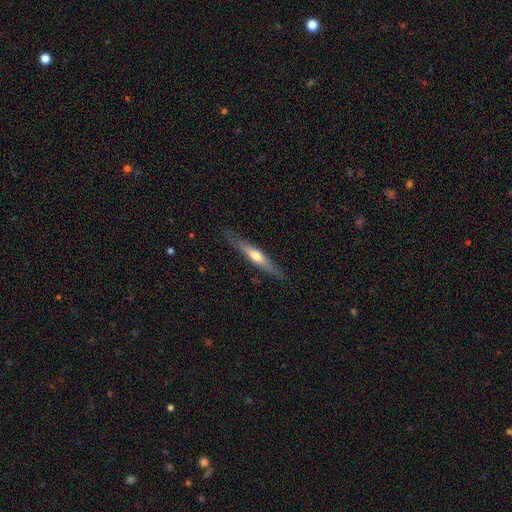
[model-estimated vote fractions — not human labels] featured or disk 53%, smooth 41%, star or artifact 5%. Down the decision tree: edge-on disk — yes (92%); merging — none (84%).